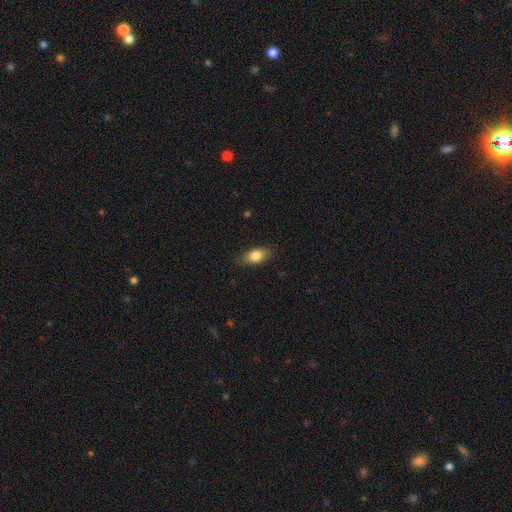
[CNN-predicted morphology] A smooth galaxy with no disk features (79%) that is in between round and cigar-shaped (84%). Merging: none (83%).